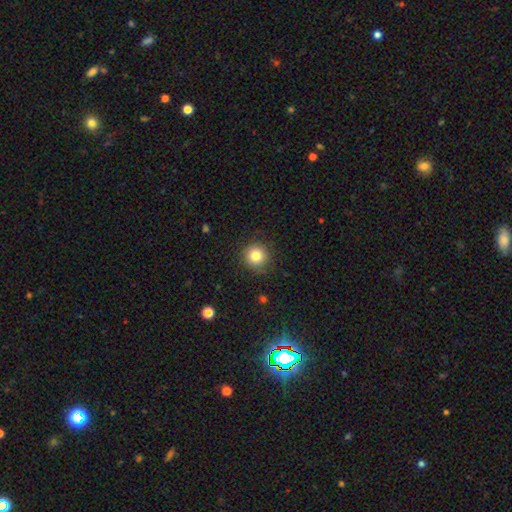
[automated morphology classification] type=smooth (82%); roundness=round (94%); merging=none (88%).